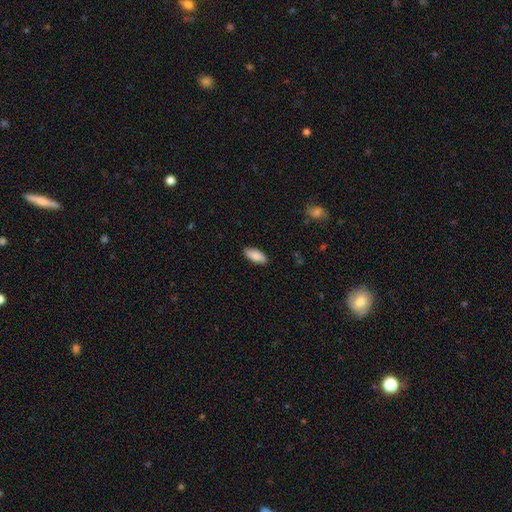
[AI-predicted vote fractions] Smooth or featured? smooth (88%)
How rounded? in between (85%)
Merging? none (86%)